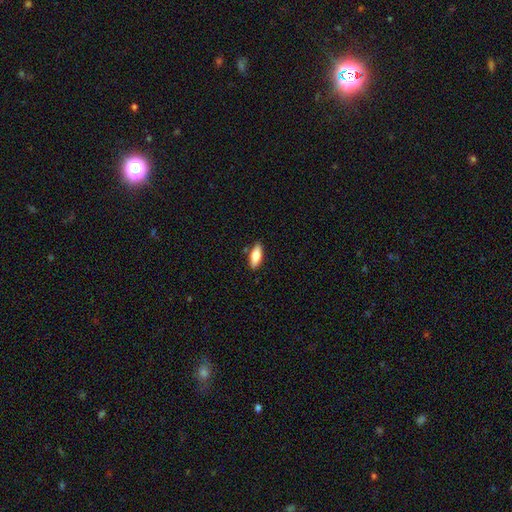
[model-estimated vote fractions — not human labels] The model was most divided on "how rounded": in between: 69%, cigar-shaped: 29%, round: 2%. More confident: merging — none (85%); smooth or featured — smooth (78%).